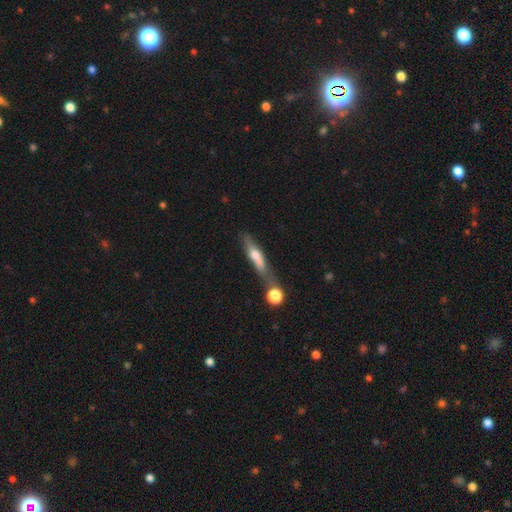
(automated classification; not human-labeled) A smooth galaxy with no disk features (49%). Merging: none (44%).